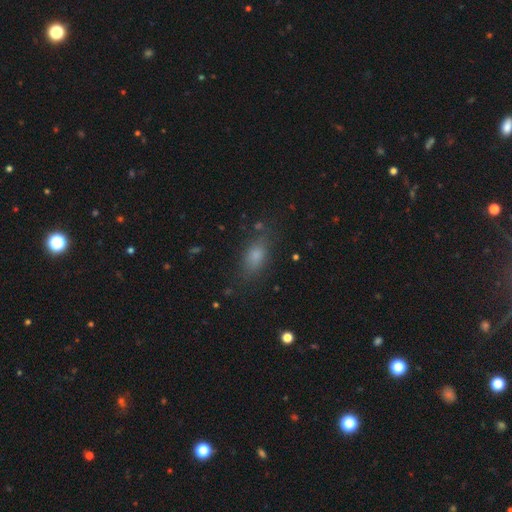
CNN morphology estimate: Smooth or featured?
  - smooth: 76% *
  - star or artifact: 13%
  - featured or disk: 11%
How rounded?
  - in between: 80% *
  - cigar-shaped: 11%
  - round: 9%
Merging?
  - none: 76% *
  - minor disturbance: 16%
  - major disturbance: 6%
  - merger: 3%